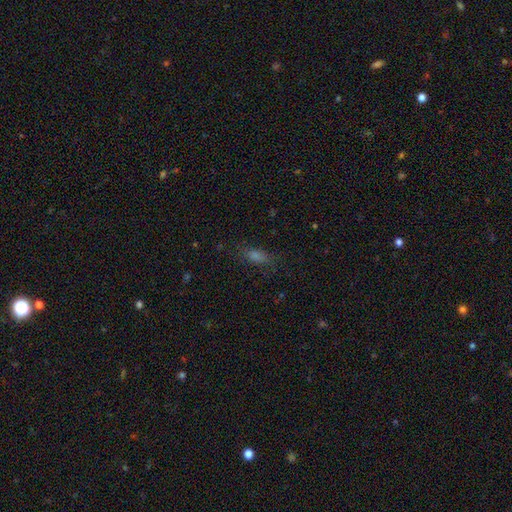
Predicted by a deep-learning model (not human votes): This appears to be a smooth galaxy with no disk features (59%) that is in between round and cigar-shaped (65%). Merging: none (76%).